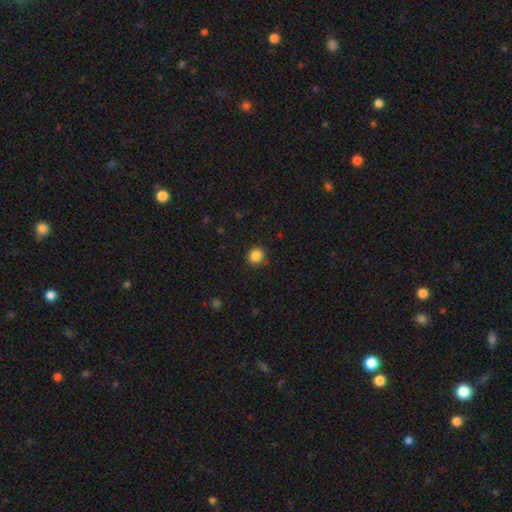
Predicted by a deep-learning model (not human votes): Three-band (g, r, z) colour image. It shows a smooth galaxy with no disk features (86%) that is round (89%). Merging: none (89%).